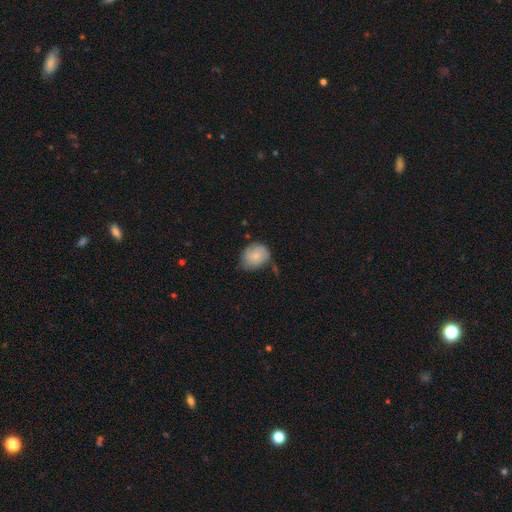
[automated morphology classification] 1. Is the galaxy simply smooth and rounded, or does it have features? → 68% smooth, 24% featured or disk, 7% star or artifact.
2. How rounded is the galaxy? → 57% round, 42% in between, 1% cigar-shaped.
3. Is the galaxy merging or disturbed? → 52% none, 35% minor disturbance, 8% major disturbance, 5% merger.